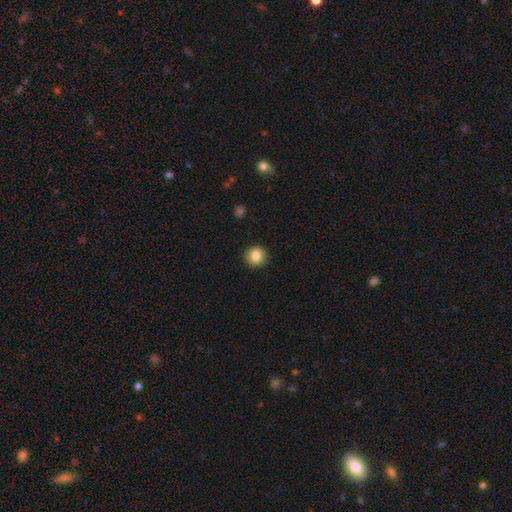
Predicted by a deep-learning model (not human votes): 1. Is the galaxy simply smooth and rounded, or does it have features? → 85% smooth, 9% star or artifact, 6% featured or disk.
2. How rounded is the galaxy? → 89% round, 10% in between, 1% cigar-shaped.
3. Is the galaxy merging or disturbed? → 91% none, 6% minor disturbance, 2% major disturbance, 1% merger.